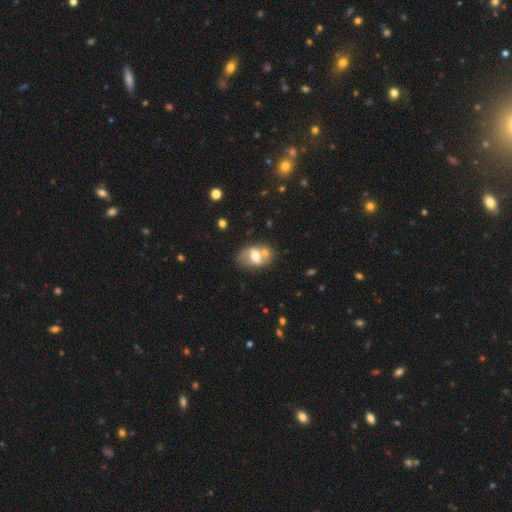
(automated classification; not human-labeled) Overall: featured or disk (47%; smooth 45%). Merging: none (47%; merger 30%).